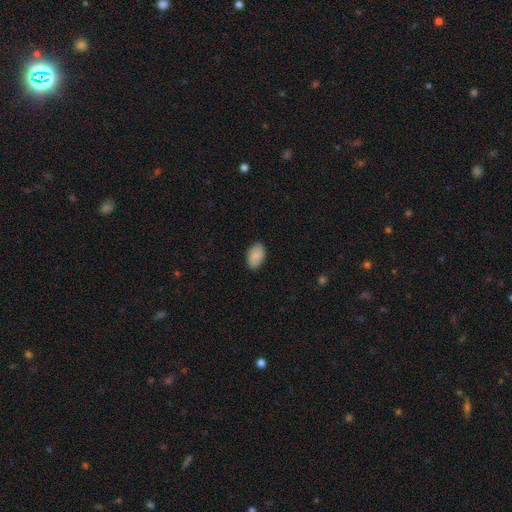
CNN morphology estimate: smooth 85%, featured or disk 8%, star or artifact 6%. Down the decision tree: how rounded — in between (93%); merging — none (87%).